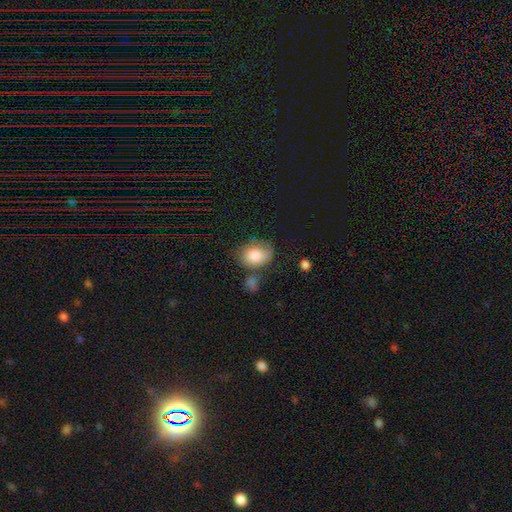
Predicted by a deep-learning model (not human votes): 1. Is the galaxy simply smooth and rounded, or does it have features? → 81% smooth, 12% featured or disk, 7% star or artifact.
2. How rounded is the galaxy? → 61% in between, 38% round, 1% cigar-shaped.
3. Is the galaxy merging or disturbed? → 50% none, 26% minor disturbance, 13% merger, 11% major disturbance.